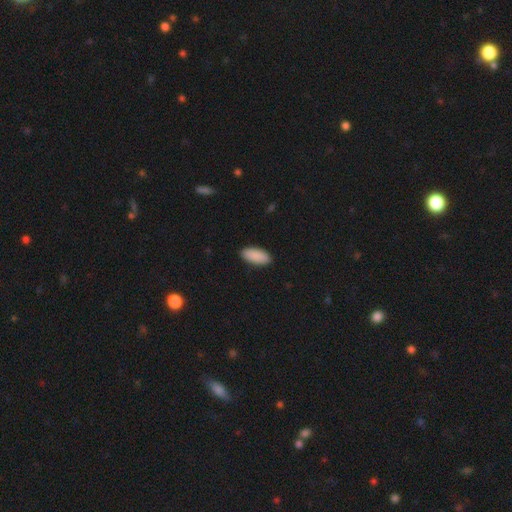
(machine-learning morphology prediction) smooth 91%, star or artifact 6%, featured or disk 3%. Down the decision tree: how rounded — in between (90%); merging — none (89%).